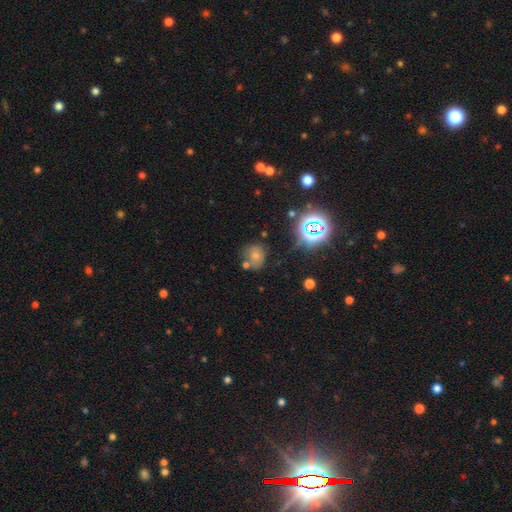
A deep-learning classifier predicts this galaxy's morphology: Smooth or featured: smooth — 56% (star or artifact — 27%)
How rounded: round — 75% (in between — 24%)
Merging: none — 61% (minor disturbance — 18%)